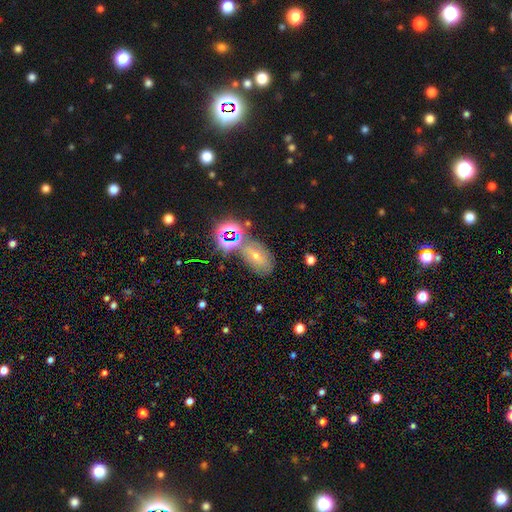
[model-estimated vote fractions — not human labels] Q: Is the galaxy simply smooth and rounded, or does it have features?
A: smooth — 41%.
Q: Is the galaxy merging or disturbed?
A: none — 59%.